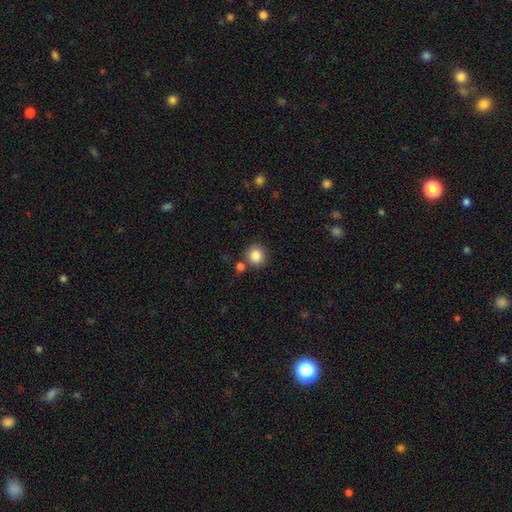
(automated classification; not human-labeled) smooth_or_featured: smooth (p=0.85) [alt: star or artifact p=0.10]
how_rounded: round (p=0.91) [alt: in between p=0.09]
merging: none (p=0.80) [alt: merger p=0.09]